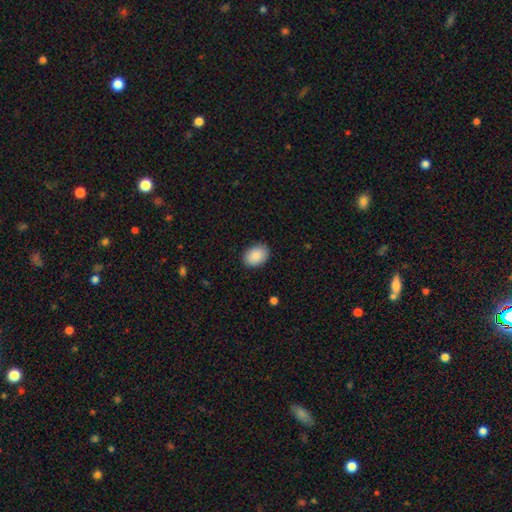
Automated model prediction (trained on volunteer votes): This is clearly a smooth galaxy (90%). How rounded: likely in between (79%). Merging: clearly none (87%).